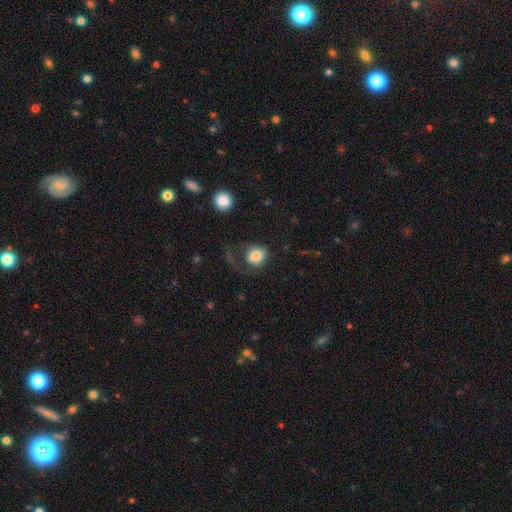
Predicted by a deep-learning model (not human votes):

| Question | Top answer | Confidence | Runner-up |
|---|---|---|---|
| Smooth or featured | smooth | 79% | featured or disk (13%) |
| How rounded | round | 68% | in between (31%) |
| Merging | major disturbance | 41% | none (38%) |